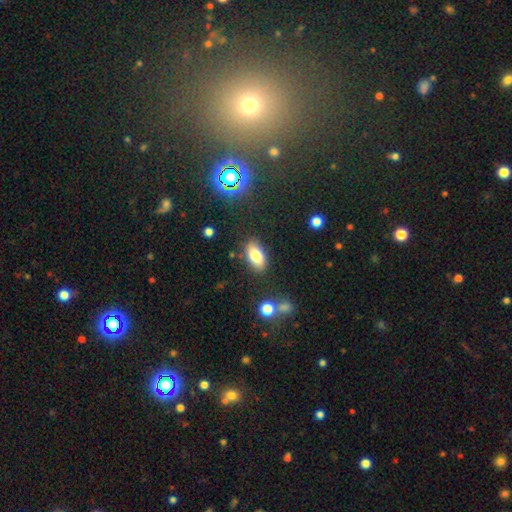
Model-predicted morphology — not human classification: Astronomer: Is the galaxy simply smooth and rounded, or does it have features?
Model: smooth — 79%.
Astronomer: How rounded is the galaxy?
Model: in between — 91%.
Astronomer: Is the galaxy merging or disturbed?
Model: none — 81%.